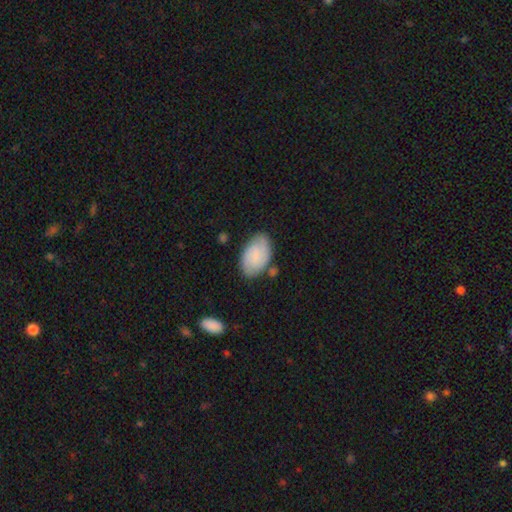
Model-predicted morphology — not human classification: smooth-or-featured: smooth: 60% | featured or disk: 34% | star or artifact: 7%
  how-rounded: in between: 92% | round: 6% | cigar-shaped: 2%
  merging: none: 72% | minor disturbance: 18% | merger: 5% | major disturbance: 4%